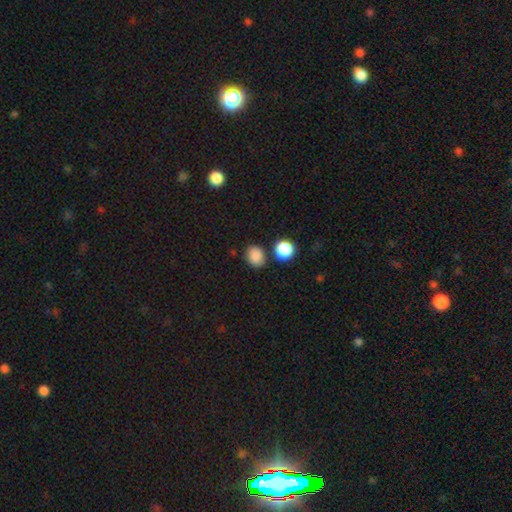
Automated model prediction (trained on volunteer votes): smooth_or_featured: smooth (p=0.86) [alt: star or artifact p=0.11]
how_rounded: round (p=0.52) [alt: in between p=0.47]
merging: none (p=0.77) [alt: minor disturbance p=0.12]